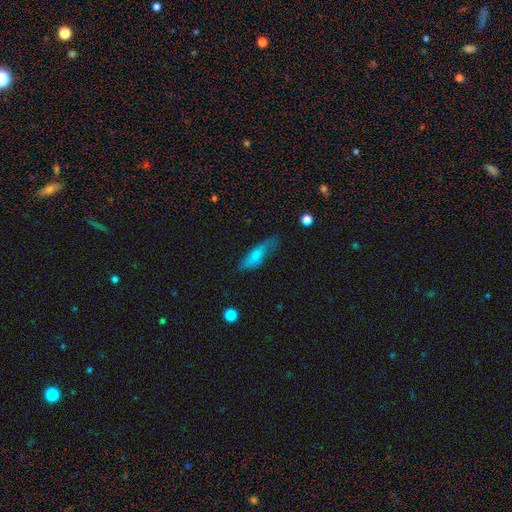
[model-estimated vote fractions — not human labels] Smooth or featured? smooth (73%)
How rounded? cigar-shaped (51%)
Merging? none (56%)